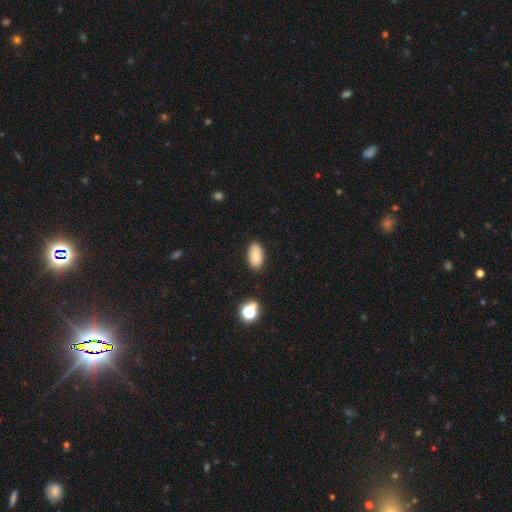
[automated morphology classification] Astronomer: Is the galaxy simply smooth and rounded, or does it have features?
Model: smooth — 85%.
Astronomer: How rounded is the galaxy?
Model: in between — 94%.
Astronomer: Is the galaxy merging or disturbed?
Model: none — 86%.